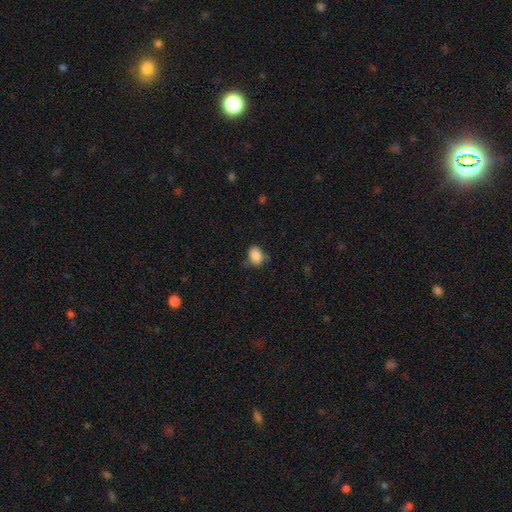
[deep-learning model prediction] This appears to be a smooth galaxy with no disk features (86%) that is in between round and cigar-shaped (74%). Merging: none (65%).